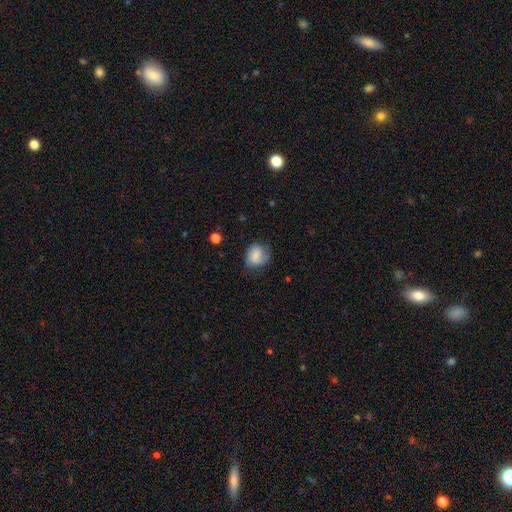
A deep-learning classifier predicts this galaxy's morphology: A smooth galaxy with no disk features (75%) that is round (58%).

Vote fractions:
- Smooth or featured? smooth: 75% / featured or disk: 17% / star or artifact: 8%
- How rounded? round: 58% / in between: 41% / cigar-shaped: 1%
- Merging? none: 59% / minor disturbance: 29% / major disturbance: 11% / merger: 2%